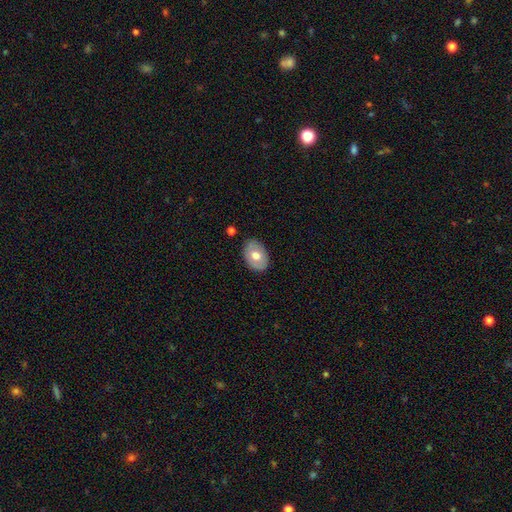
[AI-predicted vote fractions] Overall: smooth (67%; featured or disk 27%). How rounded: in between (83%). Merging: none (84%).